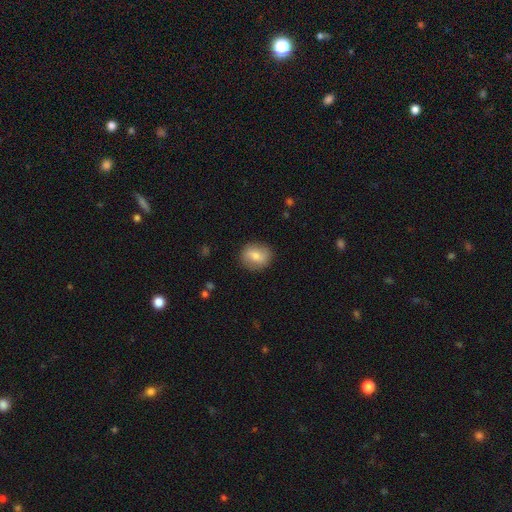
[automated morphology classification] Smooth or featured?
  - smooth: 69% *
  - featured or disk: 24%
  - star or artifact: 7%
How rounded?
  - round: 73% *
  - in between: 25%
  - cigar-shaped: 1%
Merging?
  - none: 86% *
  - minor disturbance: 10%
  - major disturbance: 3%
  - merger: 1%